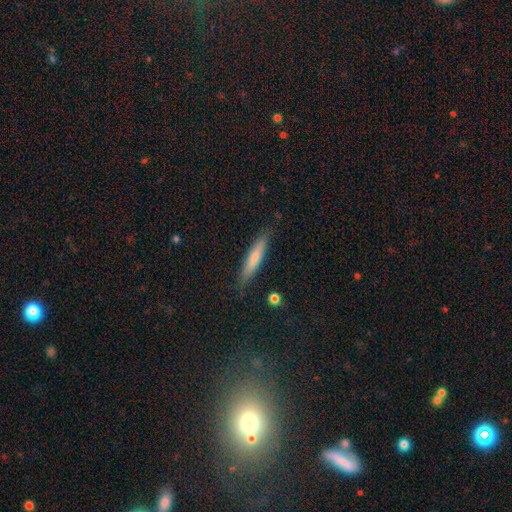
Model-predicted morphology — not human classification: smooth_or_featured: smooth (p=0.70) [alt: featured or disk p=0.24]
how_rounded: cigar-shaped (p=0.90) [alt: in between p=0.09]
merging: none (p=0.87) [alt: minor disturbance p=0.10]